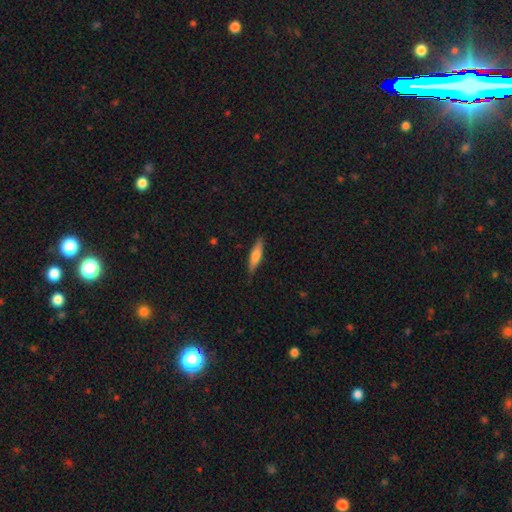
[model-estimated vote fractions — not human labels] This appears to be a smooth galaxy with no disk features (70%) that is cigar-shaped (77%). Merging: none (87%).